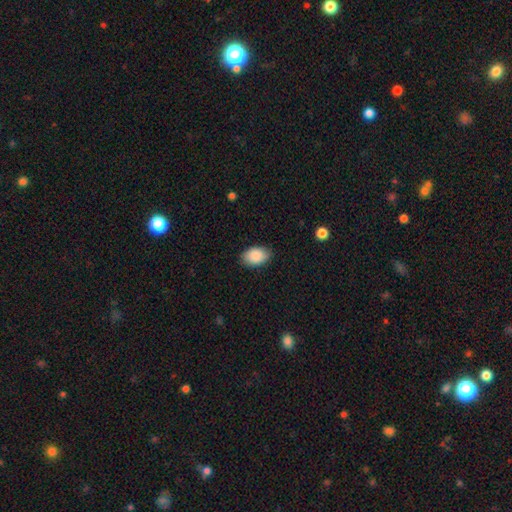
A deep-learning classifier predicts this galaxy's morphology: Smooth or featured: smooth — 89% (star or artifact — 6%)
How rounded: in between — 89% (round — 10%)
Merging: none — 84% (minor disturbance — 12%)